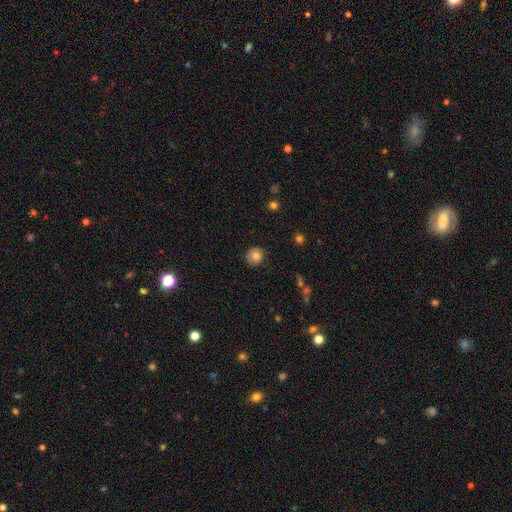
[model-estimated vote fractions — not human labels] Smooth or featured? smooth (81%)
How rounded? round (91%)
Merging? none (88%)